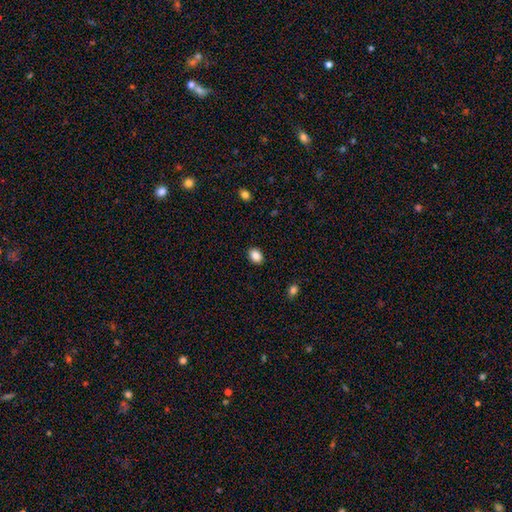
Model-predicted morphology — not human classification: Overall: smooth (87%). How rounded: in between (68%; round 31%). Merging: none (89%).